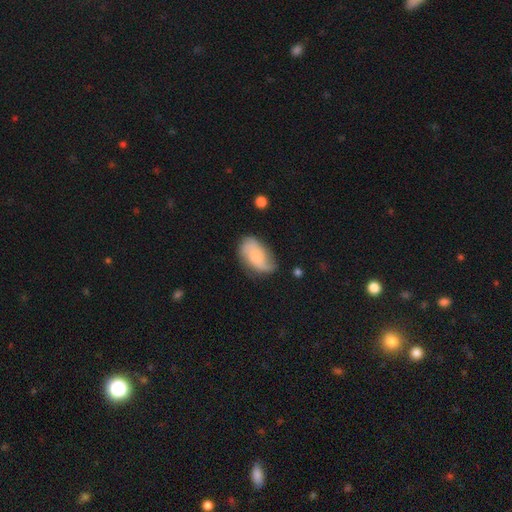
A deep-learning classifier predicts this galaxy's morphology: Overall: featured or disk (51%; smooth 41%). Edge-on disk: no (96%). Merging: none (61%; minor disturbance 27%).